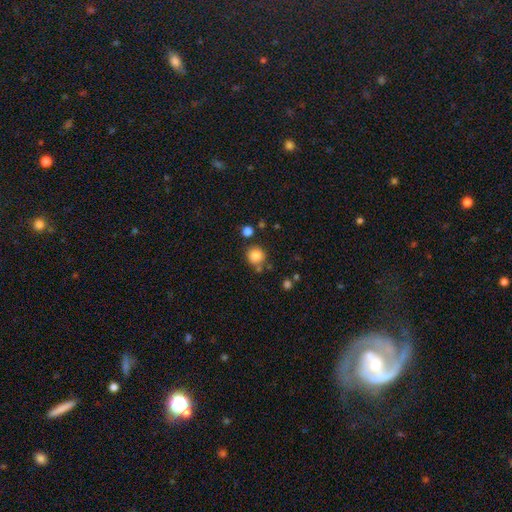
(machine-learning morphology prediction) smooth 85%, star or artifact 10%, featured or disk 5%. Down the decision tree: how rounded — round (91%); merging — none (75%).